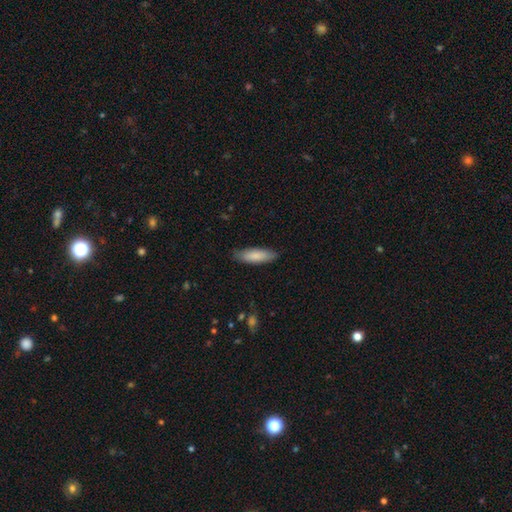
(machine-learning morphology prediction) This appears to be a smooth galaxy with no disk features (84%) that is cigar-shaped (50%). Merging: none (84%).